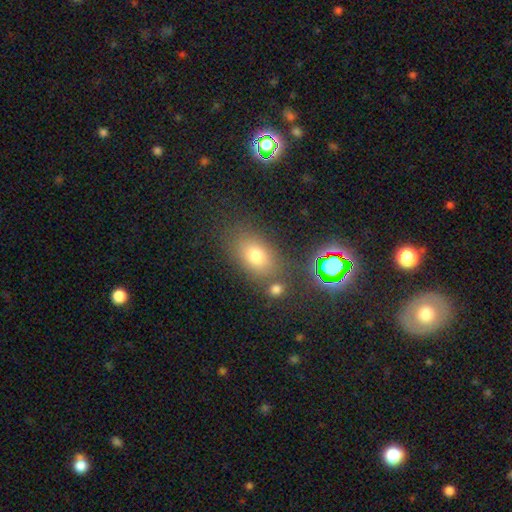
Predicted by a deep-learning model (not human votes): Smooth or featured?
  - smooth: 69% *
  - star or artifact: 19%
  - featured or disk: 12%
How rounded?
  - in between: 75% *
  - round: 23%
  - cigar-shaped: 3%
Merging?
  - none: 74% *
  - minor disturbance: 13%
  - merger: 8%
  - major disturbance: 5%